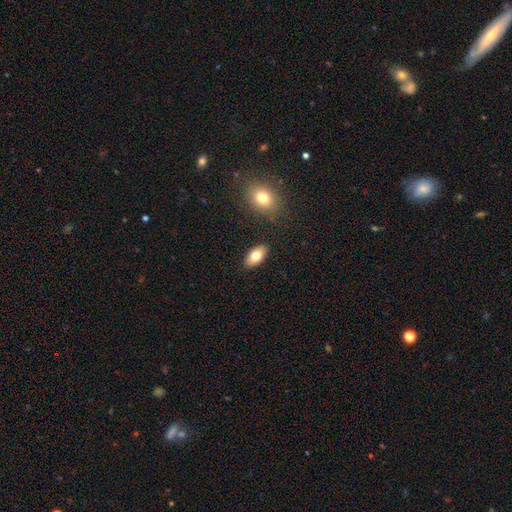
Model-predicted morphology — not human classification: This is likely a smooth galaxy (78%). How rounded: clearly in between (93%). Merging: clearly none (87%).